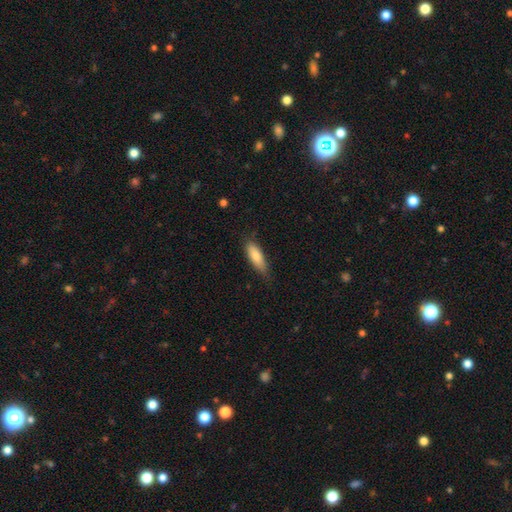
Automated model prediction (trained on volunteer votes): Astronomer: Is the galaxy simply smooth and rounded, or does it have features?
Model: smooth — 81%.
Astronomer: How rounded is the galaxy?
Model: in between — 60% (runner-up: cigar-shaped, 38%).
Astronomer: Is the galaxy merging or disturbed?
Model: none — 67%.